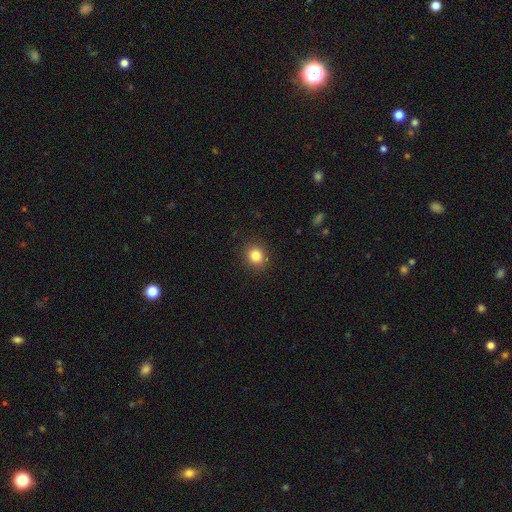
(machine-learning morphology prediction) This appears to be a smooth galaxy with no disk features (84%) that is round (83%). Merging: none (90%).